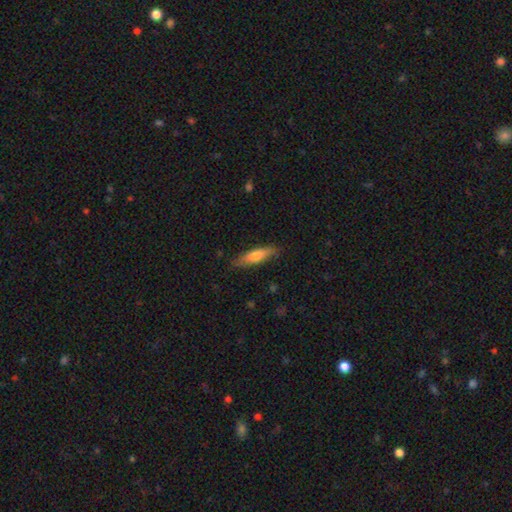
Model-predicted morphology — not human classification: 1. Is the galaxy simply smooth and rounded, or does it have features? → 67% smooth, 27% featured or disk, 6% star or artifact.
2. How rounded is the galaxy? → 73% cigar-shaped, 26% in between, 2% round.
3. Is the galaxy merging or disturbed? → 81% none, 15% minor disturbance, 3% major disturbance, 1% merger.